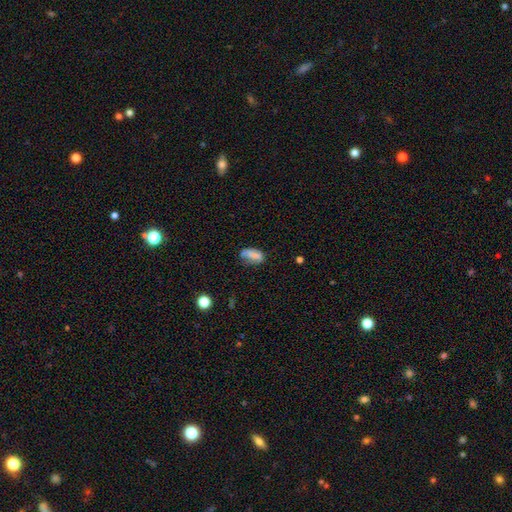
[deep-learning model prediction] Smooth or featured? smooth (71%)
How rounded? in between (81%)
Merging? none (53%)